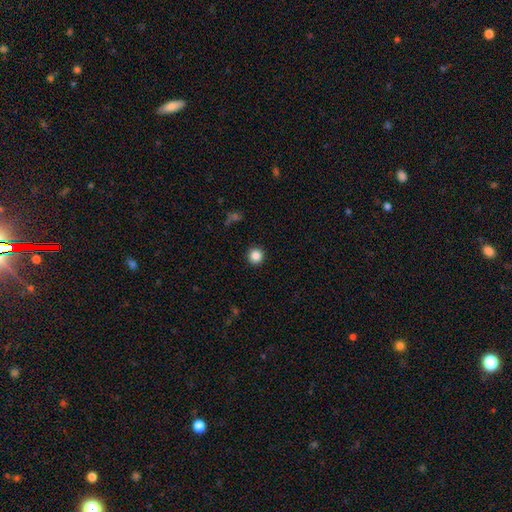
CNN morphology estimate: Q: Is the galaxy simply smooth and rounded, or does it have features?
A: smooth — 86%.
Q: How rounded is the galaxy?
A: round — 95%.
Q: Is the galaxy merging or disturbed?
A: none — 92%.